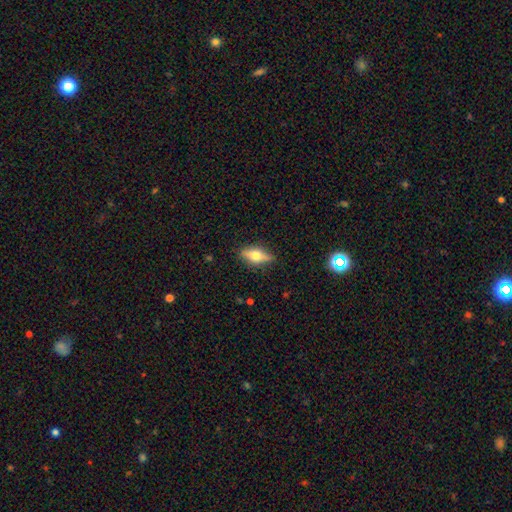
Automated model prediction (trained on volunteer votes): This appears to be a featured or disk galaxy (48%). Merging: none (84%).